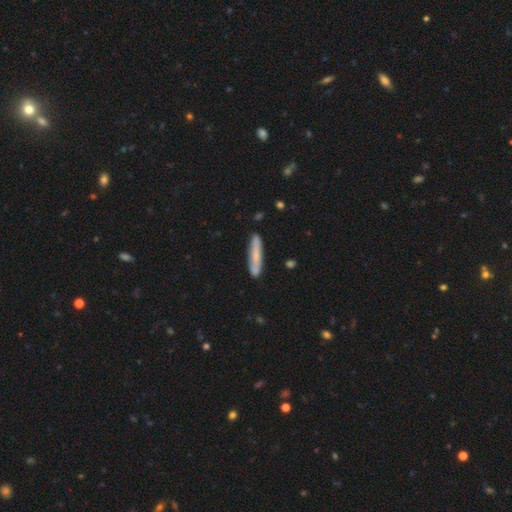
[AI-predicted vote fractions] smooth_or_featured: smooth (p=0.65) [alt: featured or disk p=0.29]
how_rounded: cigar-shaped (p=0.90) [alt: in between p=0.09]
merging: none (p=0.84) [alt: minor disturbance p=0.12]